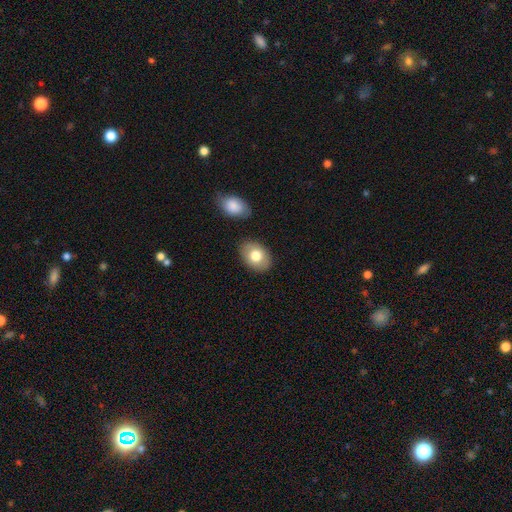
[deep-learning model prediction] Morphology: type=smooth (76%); roundness=in between (80%); merging=none (84%).